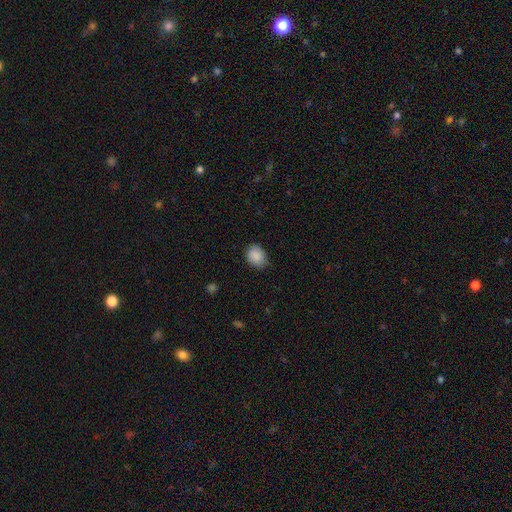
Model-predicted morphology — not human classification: Smooth or featured? Predicted: smooth (p=0.88). How rounded? Predicted: round (p=0.57). Merging? Predicted: none (p=0.76).